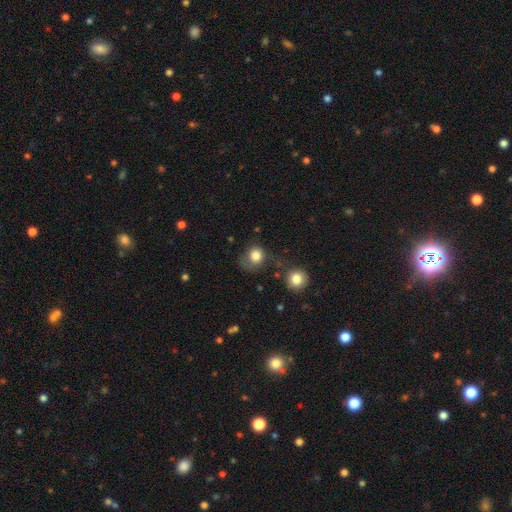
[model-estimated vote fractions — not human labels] Overall: smooth (80%). How rounded: round (74%). Merging: none (42%; minor disturbance 26%).